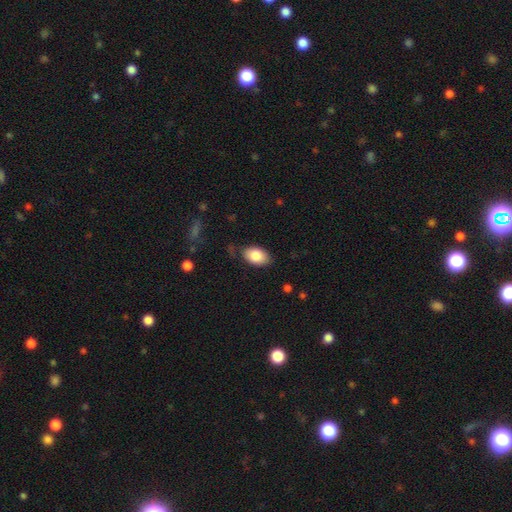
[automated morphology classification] Smooth or featured? smooth (84%)
How rounded? in between (91%)
Merging? none (79%)